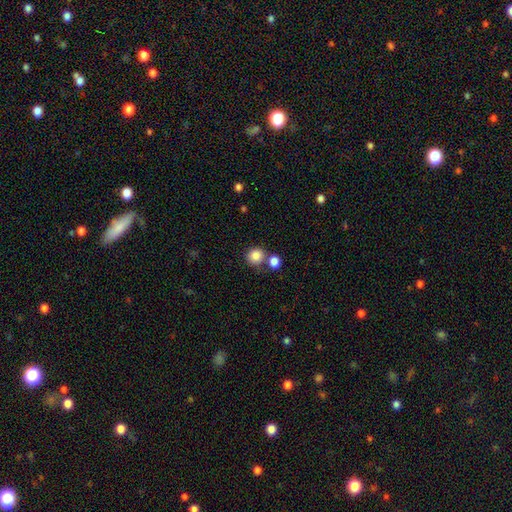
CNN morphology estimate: The model was most divided on "merging": none: 62%, merger: 25%, minor disturbance: 9%, major disturbance: 4%. More confident: how rounded — round (87%); smooth or featured — smooth (85%).